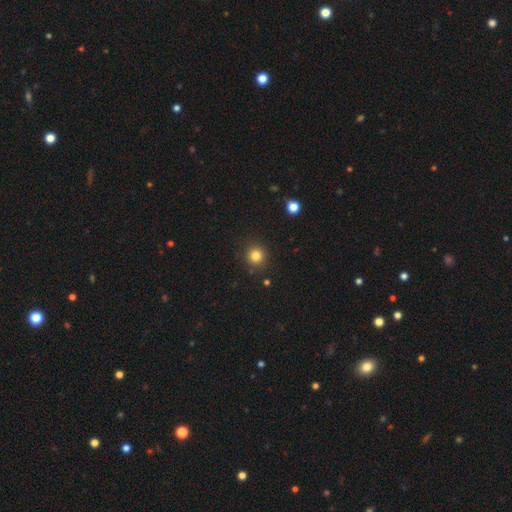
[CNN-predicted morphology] type=smooth (82%); roundness=round (93%); merging=none (90%).